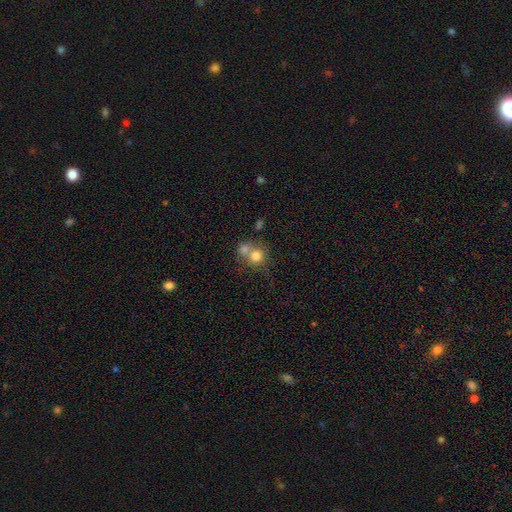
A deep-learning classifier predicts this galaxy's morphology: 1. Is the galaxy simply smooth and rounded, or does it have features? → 76% smooth, 14% featured or disk, 11% star or artifact.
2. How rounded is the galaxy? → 83% round, 16% in between, 1% cigar-shaped.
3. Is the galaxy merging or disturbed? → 51% merger, 37% none, 8% minor disturbance, 4% major disturbance.